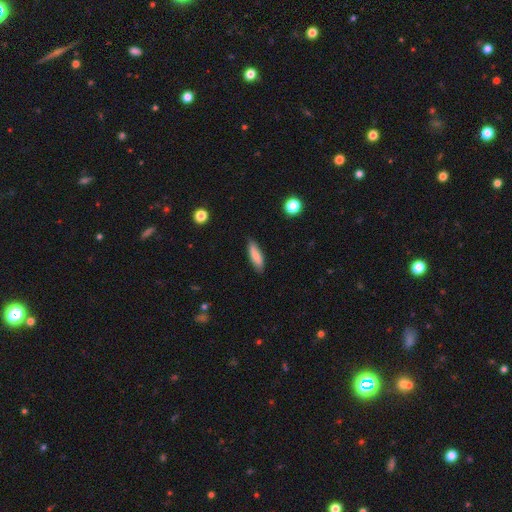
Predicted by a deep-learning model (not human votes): Overall: smooth (82%). How rounded: cigar-shaped (55%; in between 43%). Merging: none (83%).